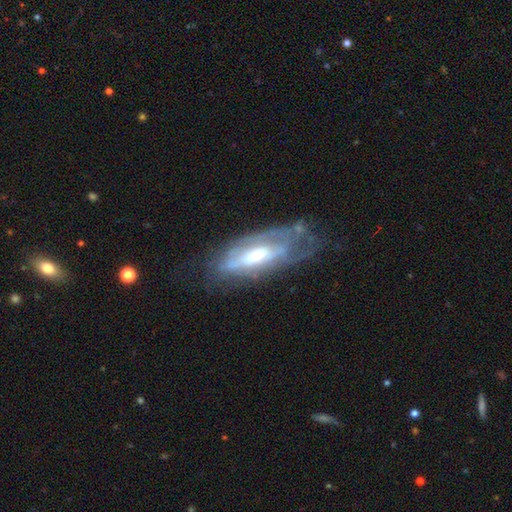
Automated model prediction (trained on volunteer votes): Smooth or featured: featured or disk — 70% (smooth — 23%)
Edge-on disk: no — 78% (yes — 22%)
Bar: no — 49% (weak — 32%)
Spiral arms: yes — 64% (no — 36%)
Bulge size: moderate — 49% (small — 25%)
Merging: none — 46% (minor disturbance — 28%)